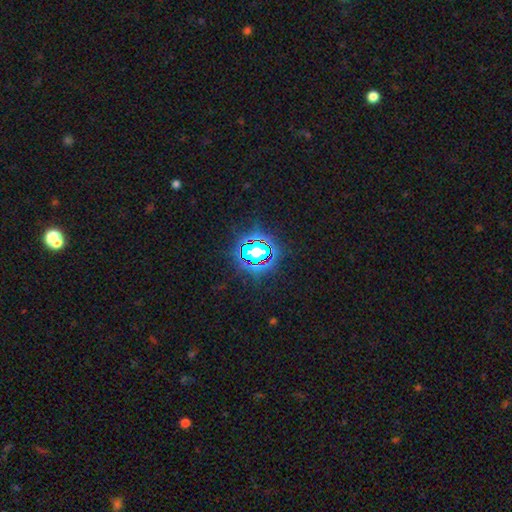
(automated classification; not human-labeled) Overall: star or artifact (81%).